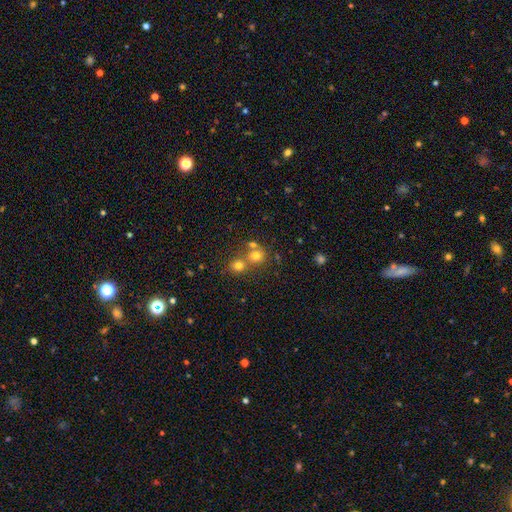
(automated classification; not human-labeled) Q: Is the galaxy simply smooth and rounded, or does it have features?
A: smooth — 71%.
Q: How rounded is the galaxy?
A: round — 83%.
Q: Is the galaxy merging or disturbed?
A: none — 48%.